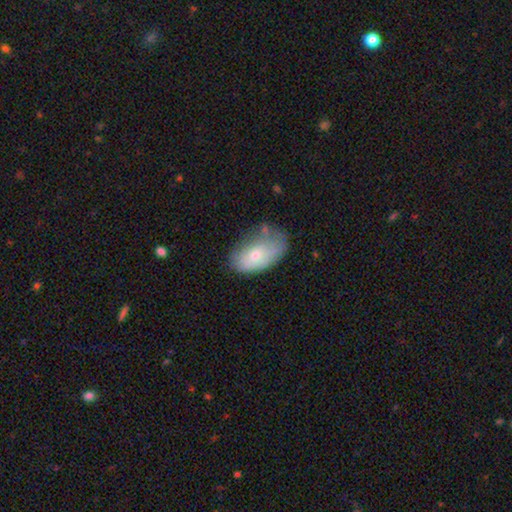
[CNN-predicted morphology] smooth_or_featured: smooth (p=0.64) [alt: featured or disk p=0.29]
how_rounded: in between (p=0.92) [alt: round p=0.06]
merging: none (p=0.46) [alt: minor disturbance p=0.36]